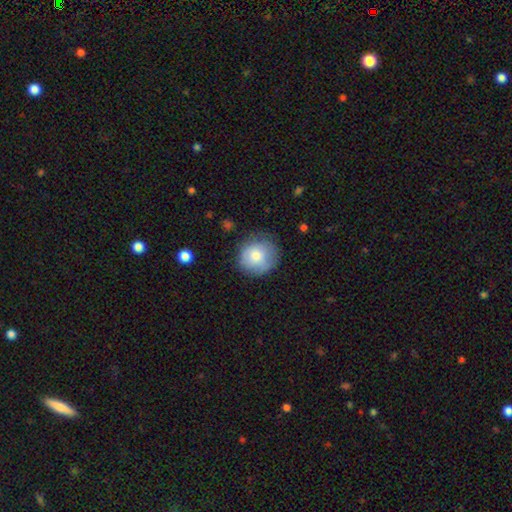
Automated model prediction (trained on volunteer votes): The model was most divided on "merging": none: 74%, minor disturbance: 19%, major disturbance: 5%, merger: 2%. More confident: how rounded — round (87%); smooth or featured — smooth (75%).